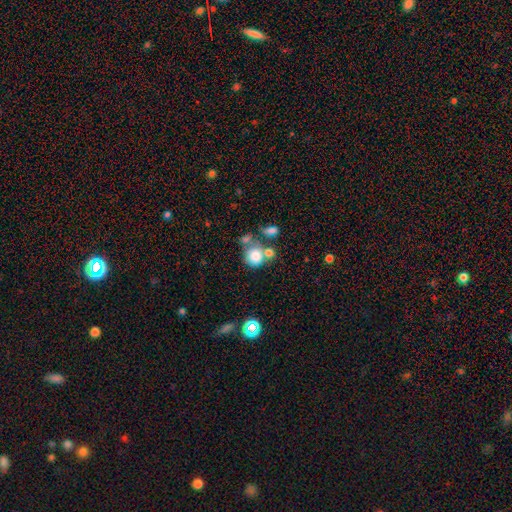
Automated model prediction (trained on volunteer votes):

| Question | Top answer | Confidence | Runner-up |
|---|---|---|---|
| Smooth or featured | smooth | 78% | featured or disk (11%) |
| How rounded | round | 80% | in between (19%) |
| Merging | none | 42% | merger (38%) |